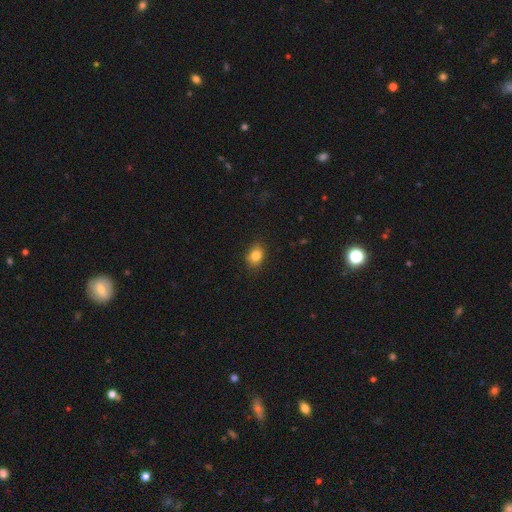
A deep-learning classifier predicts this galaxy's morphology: This is clearly a smooth galaxy (83%). How rounded: likely in between (62%). Merging: clearly none (85%).